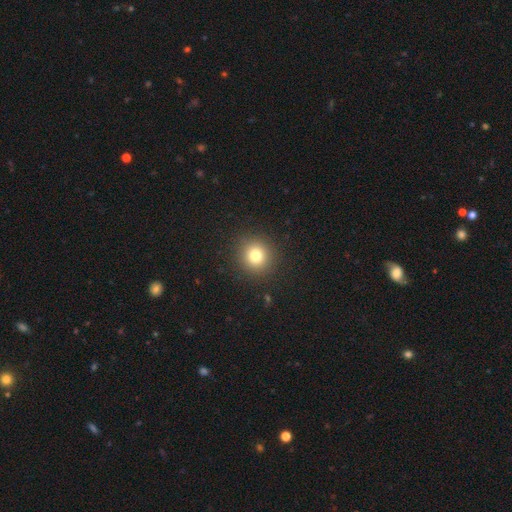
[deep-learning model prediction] smooth_or_featured: smooth (p=0.79) [alt: star or artifact p=0.14]
how_rounded: round (p=0.91) [alt: in between p=0.08]
merging: none (p=0.91) [alt: minor disturbance p=0.06]